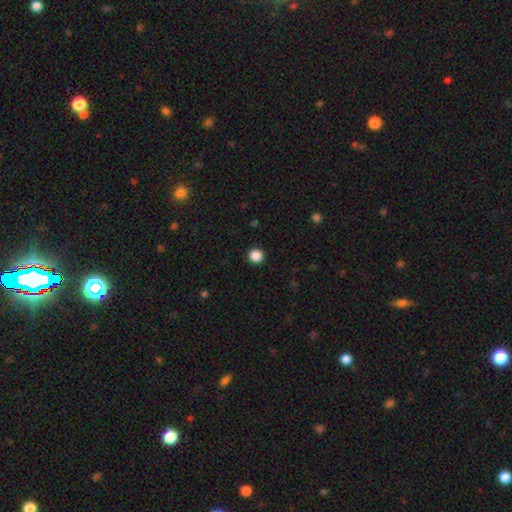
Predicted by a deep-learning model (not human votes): This appears to be a smooth galaxy with no disk features (87%) that is round (95%). Merging: none (93%).